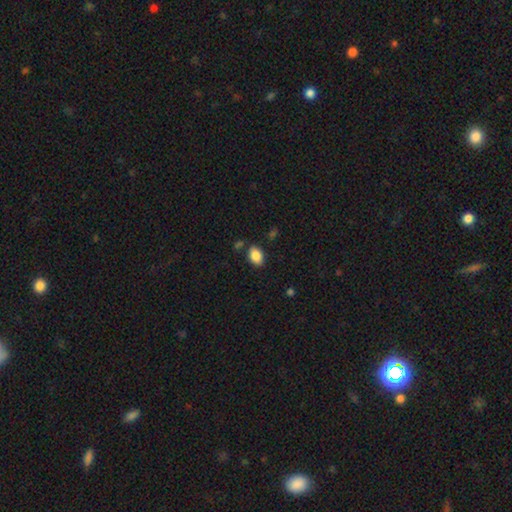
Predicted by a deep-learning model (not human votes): smooth-or-featured: smooth: 87% | star or artifact: 8% | featured or disk: 5%
  how-rounded: in between: 85% | round: 14% | cigar-shaped: 1%
  merging: none: 82% | minor disturbance: 11% | merger: 4% | major disturbance: 3%